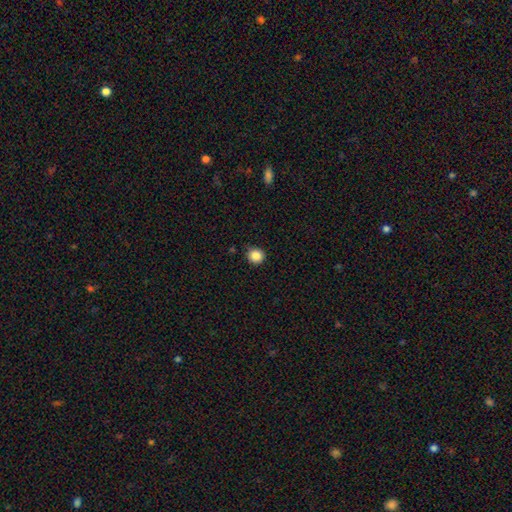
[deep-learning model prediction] smooth_or_featured: smooth (p=0.86) [alt: star or artifact p=0.11]
how_rounded: round (p=0.92) [alt: in between p=0.08]
merging: none (p=0.87) [alt: minor disturbance p=0.09]